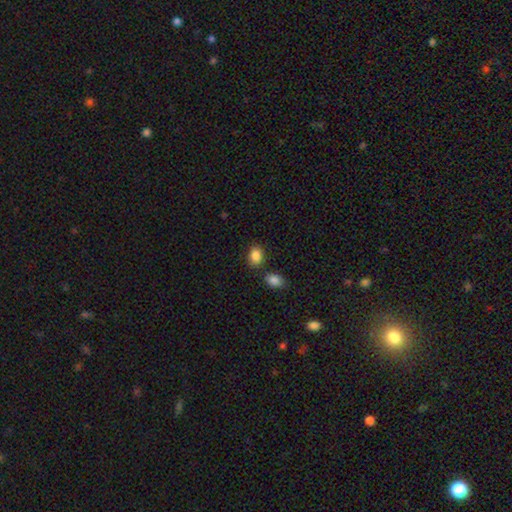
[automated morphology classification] The model was most divided on "how rounded": in between: 76%, round: 23%, cigar-shaped: 1%. More confident: smooth or featured — smooth (87%); merging — none (75%).